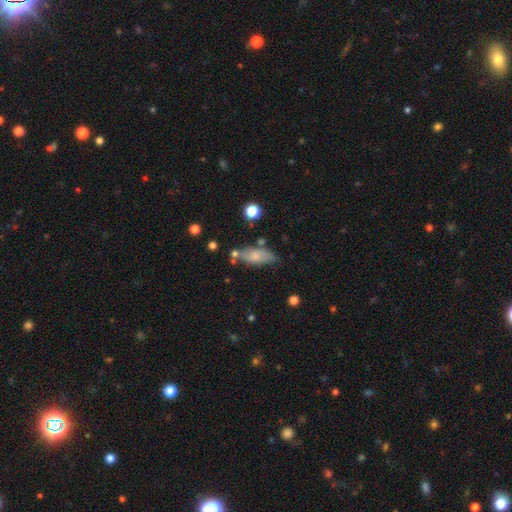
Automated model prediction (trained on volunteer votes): Smooth or featured: smooth — 68% (featured or disk — 25%)
How rounded: in between — 75% (cigar-shaped — 22%)
Merging: none — 63% (minor disturbance — 22%)